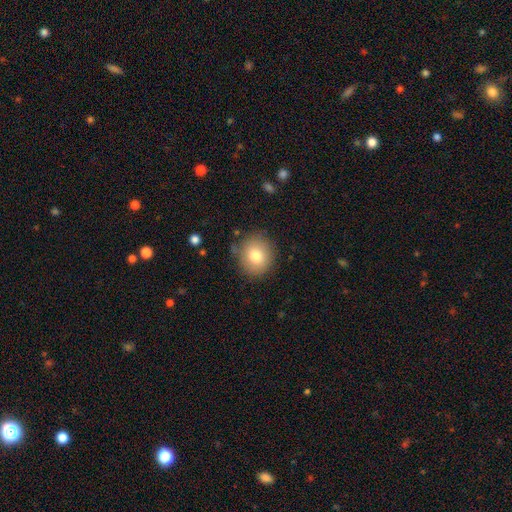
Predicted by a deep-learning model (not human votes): Q: Smooth or featured?
A: smooth (78%); runner-up: featured or disk (11%)
Q: How rounded?
A: round (84%); runner-up: in between (15%)
Q: Merging?
A: none (83%); runner-up: minor disturbance (12%)